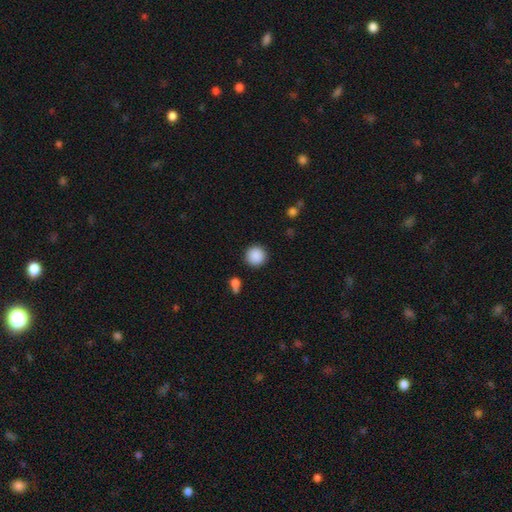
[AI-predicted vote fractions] Q: Smooth or featured?
A: smooth (88%); runner-up: star or artifact (8%)
Q: How rounded?
A: round (95%); runner-up: in between (4%)
Q: Merging?
A: none (91%); runner-up: minor disturbance (5%)